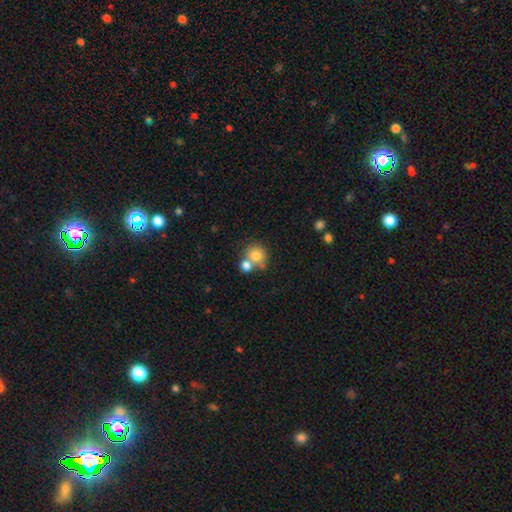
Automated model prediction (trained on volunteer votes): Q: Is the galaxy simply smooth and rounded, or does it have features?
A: smooth — 78%.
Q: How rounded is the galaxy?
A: round — 84%.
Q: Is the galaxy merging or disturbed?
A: merger — 45%.